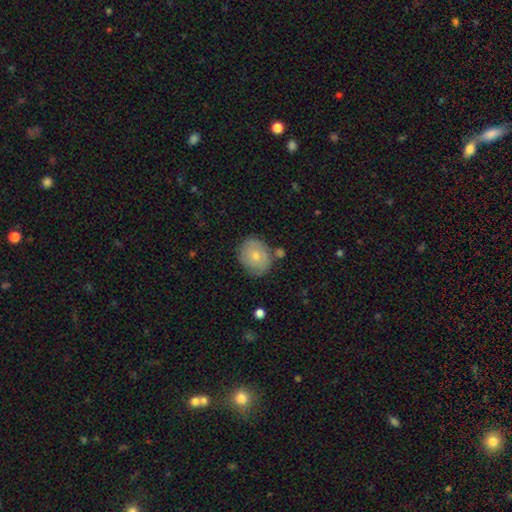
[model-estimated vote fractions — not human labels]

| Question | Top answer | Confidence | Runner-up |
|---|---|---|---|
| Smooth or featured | smooth | 65% | featured or disk (28%) |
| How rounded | round | 62% | in between (37%) |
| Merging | none | 67% | minor disturbance (21%) |